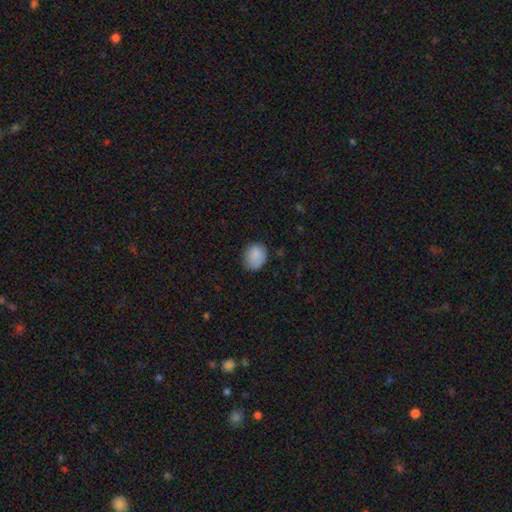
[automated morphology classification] The model was most divided on "how rounded": round: 54%, in between: 45%, cigar-shaped: 1%. More confident: smooth or featured — smooth (86%); merging — none (75%).